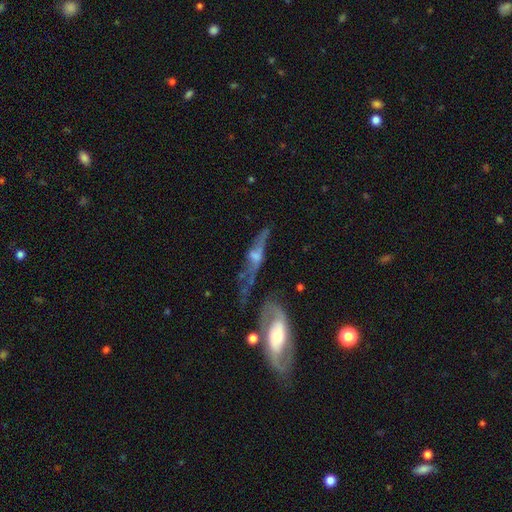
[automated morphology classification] Smooth or featured: featured or disk — 68% (smooth — 22%)
Edge-on disk: yes — 57% (no — 43%)
Merging: none — 36% (major disturbance — 30%)